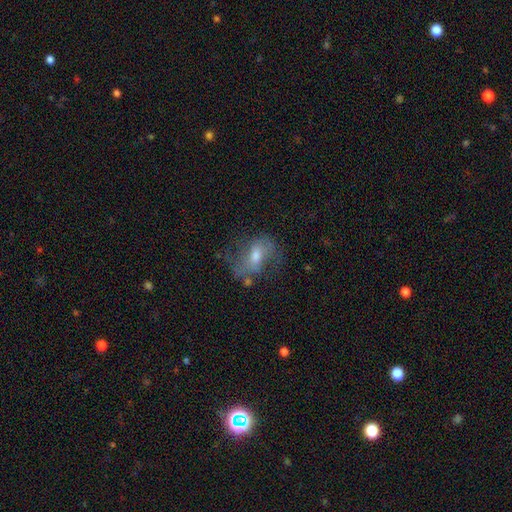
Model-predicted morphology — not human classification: A featured or disk galaxy (60%) with a weak bar (45%), spiral arms (77%) and a moderate central bulge (55%). Merging: none (56%).